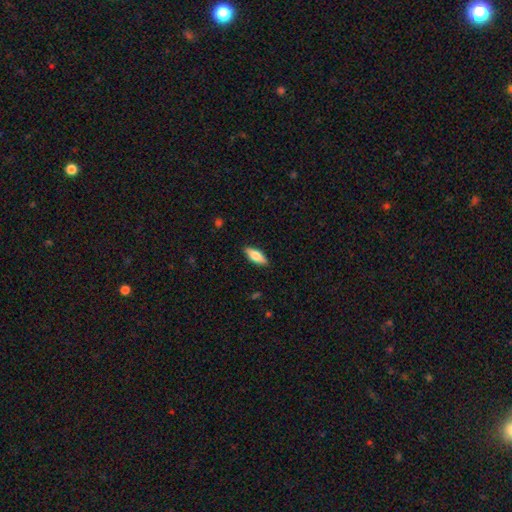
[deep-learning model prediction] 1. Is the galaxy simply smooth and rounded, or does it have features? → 68% smooth, 26% featured or disk, 6% star or artifact.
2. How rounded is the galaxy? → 68% in between, 30% cigar-shaped, 2% round.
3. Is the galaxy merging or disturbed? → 88% none, 9% minor disturbance, 2% major disturbance, 1% merger.